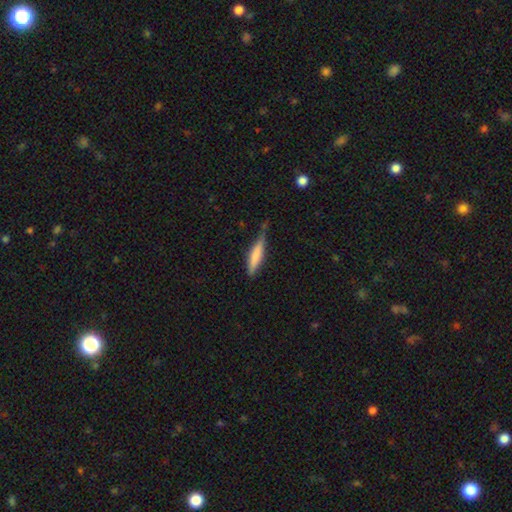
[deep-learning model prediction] Morphology: type=smooth (65%); roundness=cigar-shaped (81%); merging=none (60%).